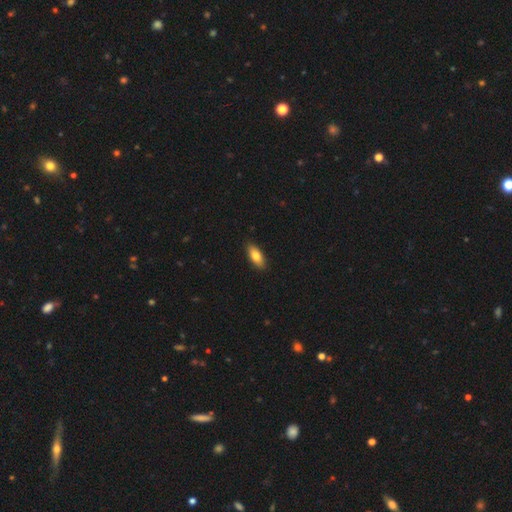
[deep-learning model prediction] smooth 79%, featured or disk 15%, star or artifact 6%. Down the decision tree: how rounded — in between (78%); merging — none (89%).